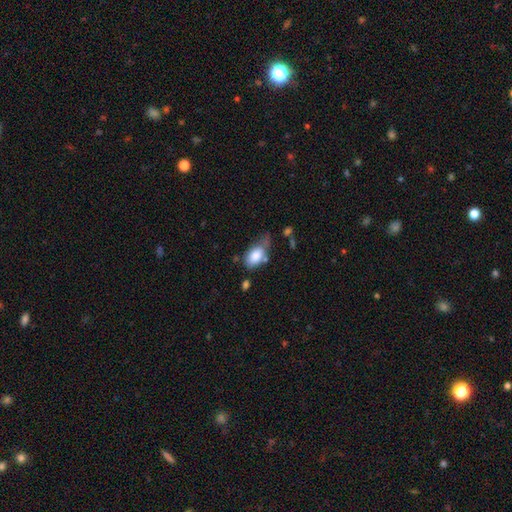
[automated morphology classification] smooth 80%, featured or disk 13%, star or artifact 7%. Down the decision tree: how rounded — in between (90%); merging — minor disturbance (37%).